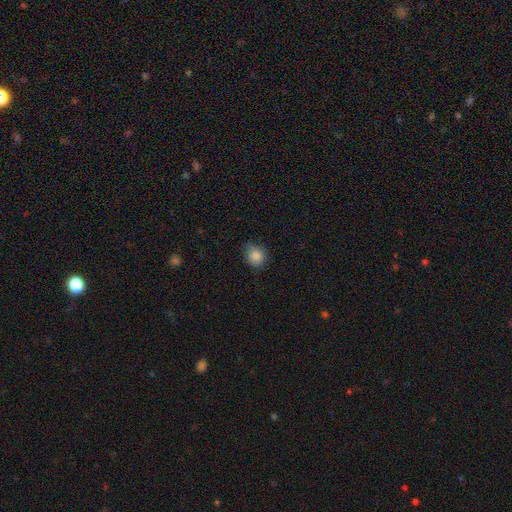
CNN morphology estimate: The model was most divided on "how rounded": round: 70%, in between: 29%, cigar-shaped: 1%. More confident: smooth or featured — smooth (86%); merging — none (71%).